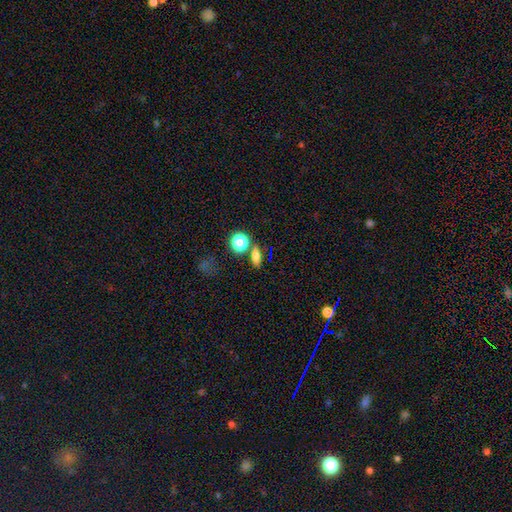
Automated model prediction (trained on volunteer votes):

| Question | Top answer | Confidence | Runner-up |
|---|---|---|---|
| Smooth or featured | smooth | 71% | star or artifact (18%) |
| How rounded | in between | 63% | round (20%) |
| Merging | none | 74% | merger (11%) |